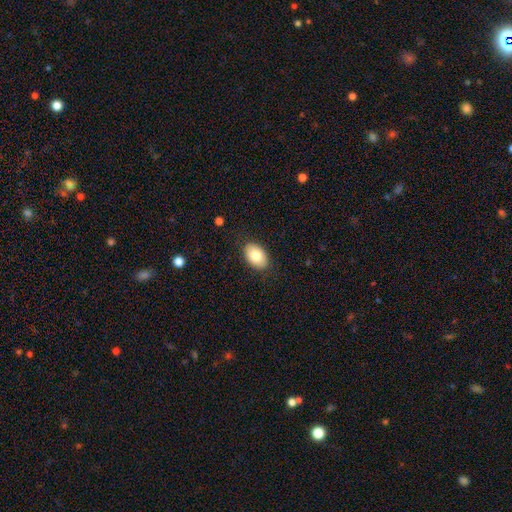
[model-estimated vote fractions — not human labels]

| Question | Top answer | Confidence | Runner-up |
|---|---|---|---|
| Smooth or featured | smooth | 82% | featured or disk (11%) |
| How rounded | in between | 89% | round (10%) |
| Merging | none | 86% | minor disturbance (11%) |